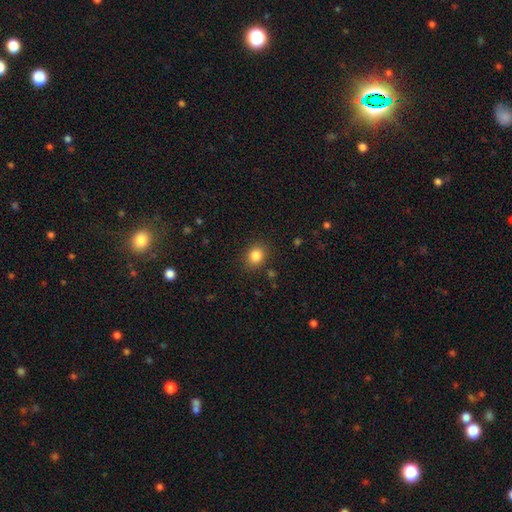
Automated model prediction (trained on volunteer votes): smooth-or-featured: smooth: 84% | star or artifact: 11% | featured or disk: 5%
  how-rounded: round: 62% | in between: 38% | cigar-shaped: 1%
  merging: none: 86% | minor disturbance: 9% | major disturbance: 3% | merger: 2%